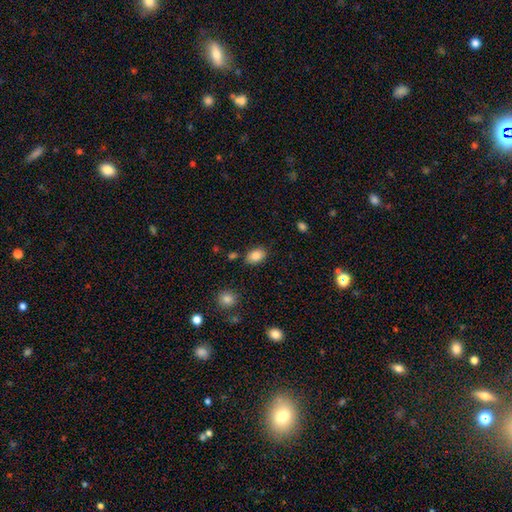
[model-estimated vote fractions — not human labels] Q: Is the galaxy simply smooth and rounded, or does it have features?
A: smooth — 86%.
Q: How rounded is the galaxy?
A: in between — 81%.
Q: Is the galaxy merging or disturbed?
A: none — 79%.